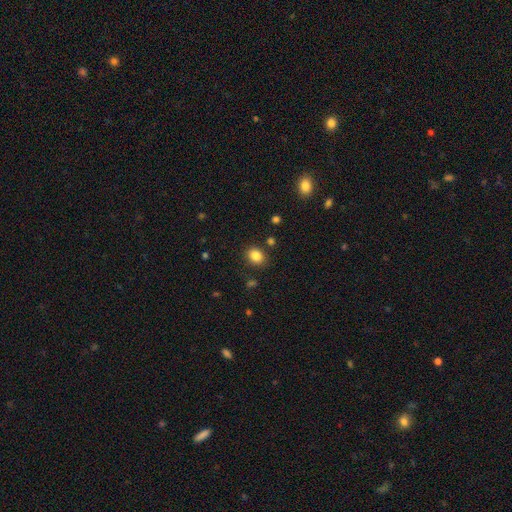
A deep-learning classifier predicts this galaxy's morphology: type=smooth (85%); roundness=in between (50%); merging=none (85%).